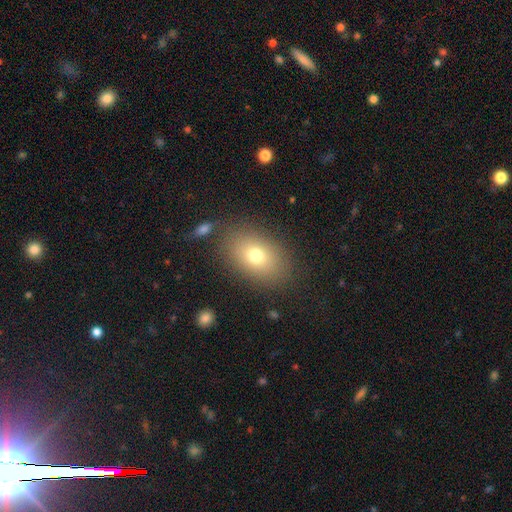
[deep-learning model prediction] smooth_or_featured: smooth (p=0.74) [alt: featured or disk p=0.15]
how_rounded: in between (p=0.79) [alt: round p=0.20]
merging: none (p=0.81) [alt: minor disturbance p=0.11]